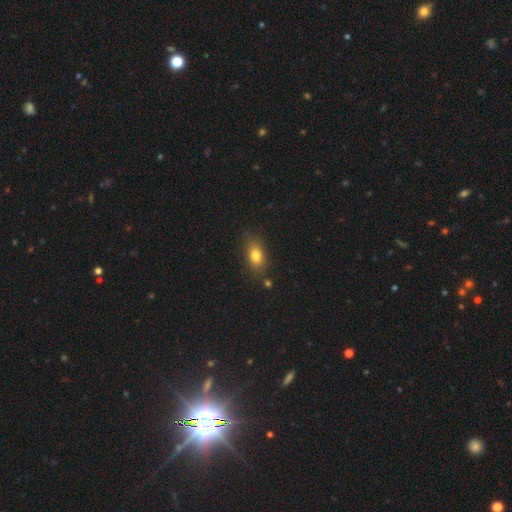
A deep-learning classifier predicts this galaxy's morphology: A smooth galaxy with no disk features (79%) that is in between round and cigar-shaped (79%).

Vote fractions:
- Smooth or featured? smooth: 79% / star or artifact: 11% / featured or disk: 10%
- How rounded? in between: 79% / round: 17% / cigar-shaped: 4%
- Merging? none: 79% / minor disturbance: 14% / merger: 4% / major disturbance: 4%